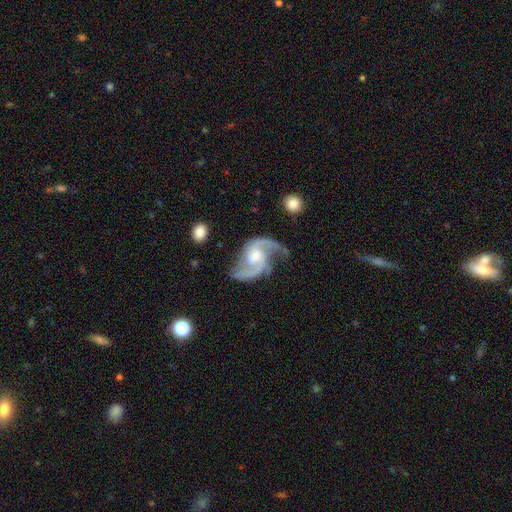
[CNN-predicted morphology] A featured or disk galaxy (92%) with no bar (51%), 2 (87%) medium (54%) spiral arms (98%) and a moderate central bulge (51%).

Vote fractions:
- Smooth or featured? featured or disk: 92% / star or artifact: 4% / smooth: 4%
- Edge-on disk? no: 98% / yes: 2%
- Bar? no: 51% / weak: 40% / strong: 9%
- Spiral arms? yes: 98% / no: 2%
- Spiral winding? medium: 54% / loose: 34% / tight: 12%
- Spiral arm count? 2: 87% / 3: 5% / can't tell: 3% / 1: 2% / 4: 1% / more than 4: 1%
- Bulge size? moderate: 51% / small: 26% / large: 13% / none: 9% / dominant: 2%
- Merging? none: 64% / minor disturbance: 20% / major disturbance: 13% / merger: 3%